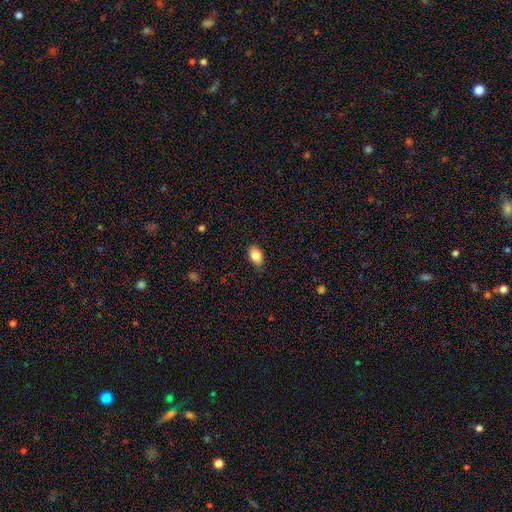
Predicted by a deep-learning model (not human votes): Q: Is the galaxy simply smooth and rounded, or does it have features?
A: smooth — 86%.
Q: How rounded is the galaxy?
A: in between — 87%.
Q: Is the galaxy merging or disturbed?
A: none — 85%.